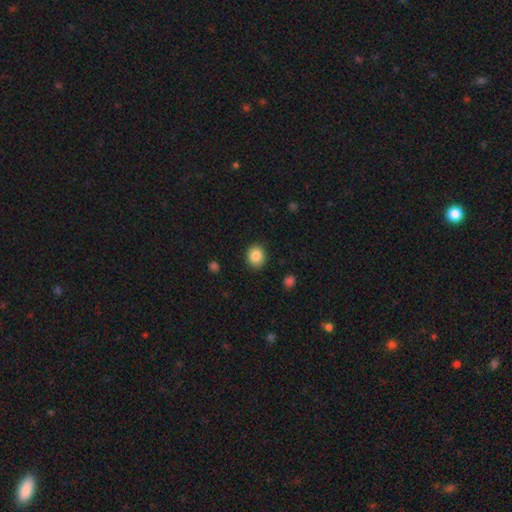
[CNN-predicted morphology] smooth-or-featured: smooth: 86% | star or artifact: 9% | featured or disk: 5%
  how-rounded: round: 68% | in between: 32% | cigar-shaped: 1%
  merging: none: 89% | minor disturbance: 8% | major disturbance: 2% | merger: 1%